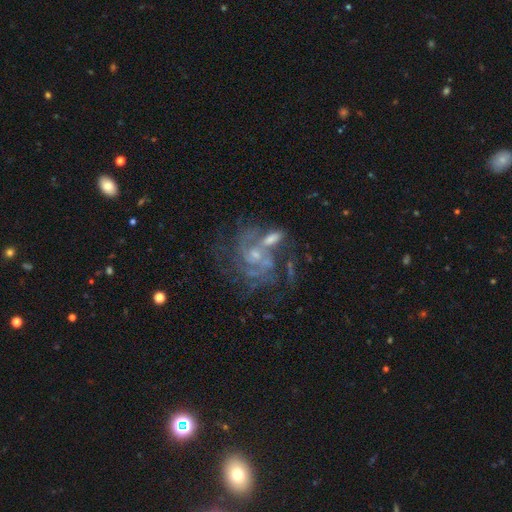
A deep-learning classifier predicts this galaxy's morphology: featured or disk 78%, star or artifact 13%, smooth 9%. Down the decision tree: edge-on disk — no (98%); bar — no (61%); spiral arms — yes (88%); spiral arm count — can't tell (35%); spiral winding — medium (42%, tied with tight); bulge size — small (63%); merging — none (41%).